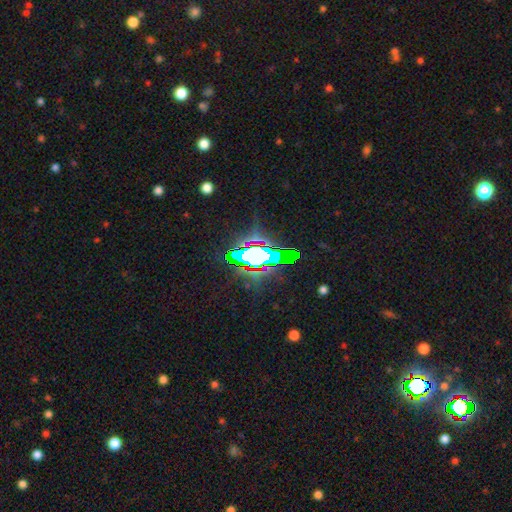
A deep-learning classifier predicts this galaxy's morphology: type=star or artifact (57%).